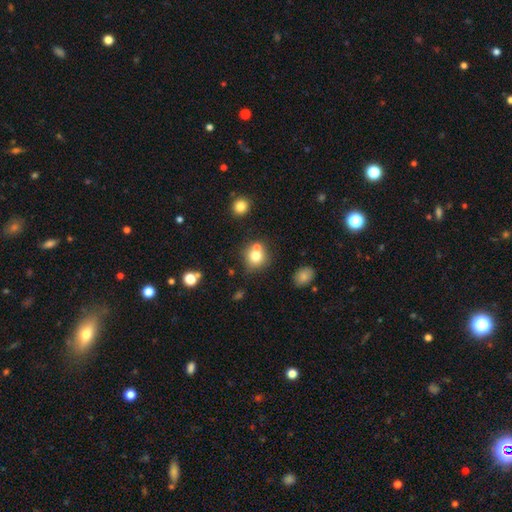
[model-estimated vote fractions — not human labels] This is likely a smooth galaxy (75%). How rounded: clearly round (87%). Merging: possibly none (56%).